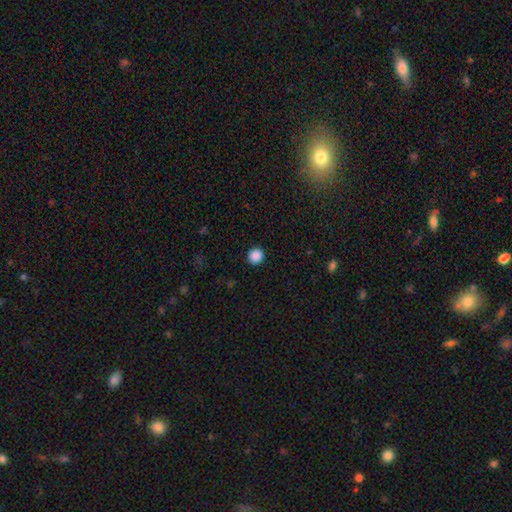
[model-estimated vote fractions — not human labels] smooth-or-featured: smooth: 88% | star or artifact: 9% | featured or disk: 2%
  how-rounded: round: 93% | in between: 6% | cigar-shaped: 1%
  merging: none: 92% | minor disturbance: 5% | major disturbance: 2% | merger: 1%